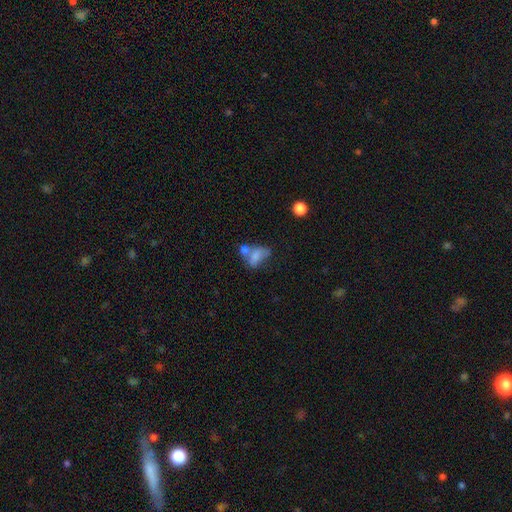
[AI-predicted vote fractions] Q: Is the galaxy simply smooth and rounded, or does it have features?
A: smooth — 67%.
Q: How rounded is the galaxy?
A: in between — 82%.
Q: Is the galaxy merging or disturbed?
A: merger — 47%.